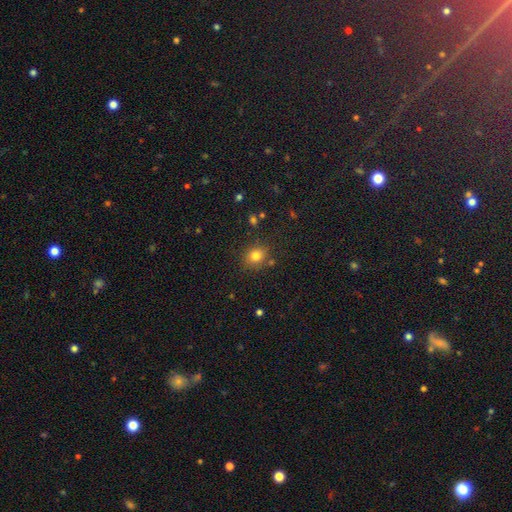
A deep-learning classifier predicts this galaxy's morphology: A smooth galaxy with no disk features (79%) that is round (74%). Merging: none (80%).